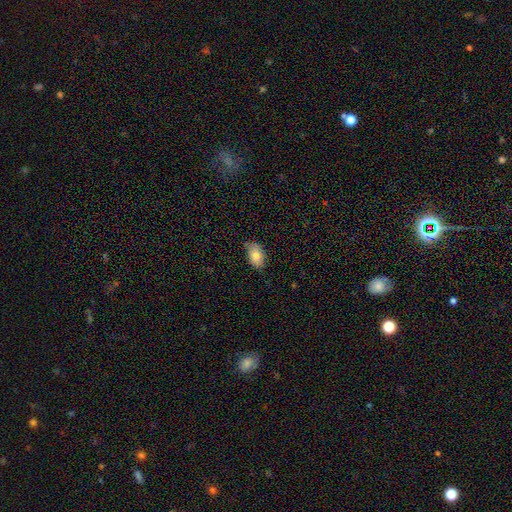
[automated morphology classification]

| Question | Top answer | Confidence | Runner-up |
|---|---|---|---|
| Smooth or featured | smooth | 79% | featured or disk (13%) |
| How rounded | in between | 90% | round (8%) |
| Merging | none | 75% | minor disturbance (21%) |